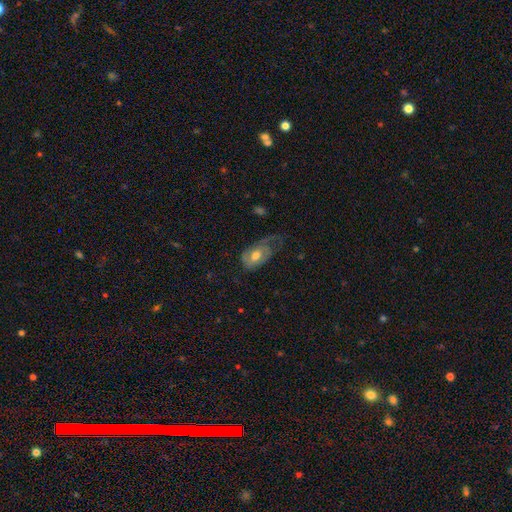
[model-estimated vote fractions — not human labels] smooth 47% (tied), featured or disk 47% (tied), star or artifact 6%. Down the decision tree: merging — major disturbance (39%).